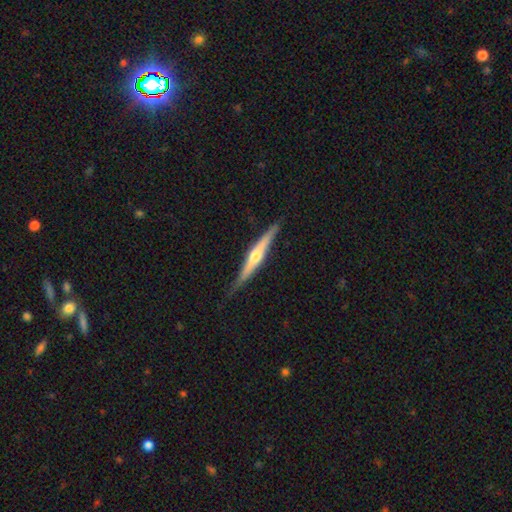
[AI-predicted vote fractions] Smooth or featured: featured or disk — 71% (smooth — 24%)
Edge-on disk: yes — 97% (no — 3%)
Edge-on bulge: rounded — 87% (none — 8%)
Merging: none — 84% (minor disturbance — 13%)